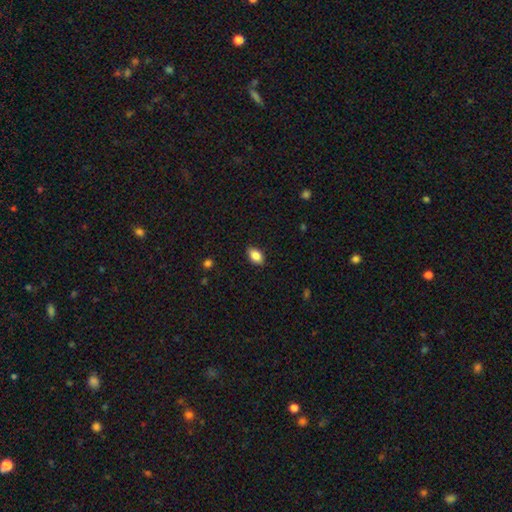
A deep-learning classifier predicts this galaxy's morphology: Smooth or featured? Predicted: smooth (p=0.85). How rounded? Predicted: in between (p=0.88). Merging? Predicted: none (p=0.87).